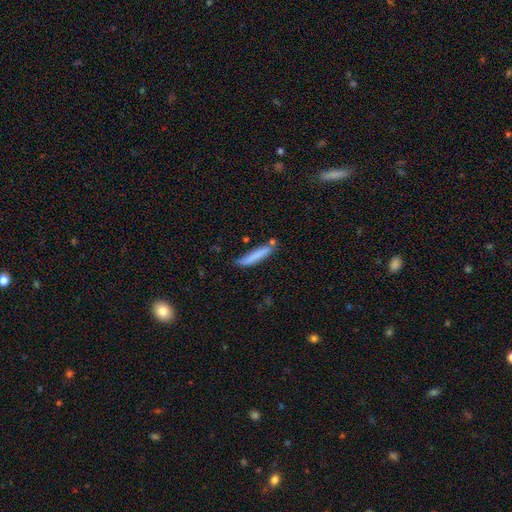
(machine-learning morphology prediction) smooth 76%, featured or disk 17%, star or artifact 6%. Down the decision tree: how rounded — cigar-shaped (91%); merging — none (69%).